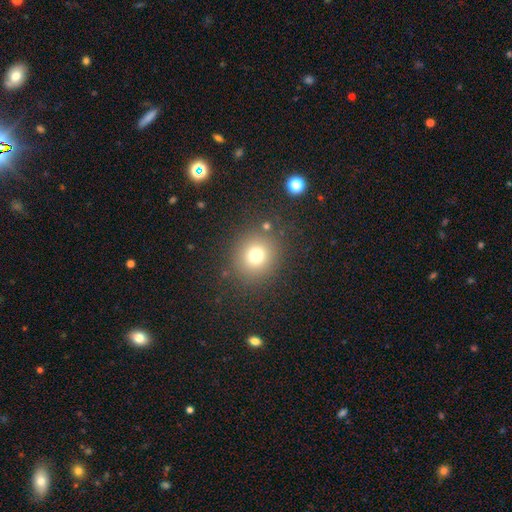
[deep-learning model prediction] Overall: smooth (74%). How rounded: round (90%). Merging: none (86%).